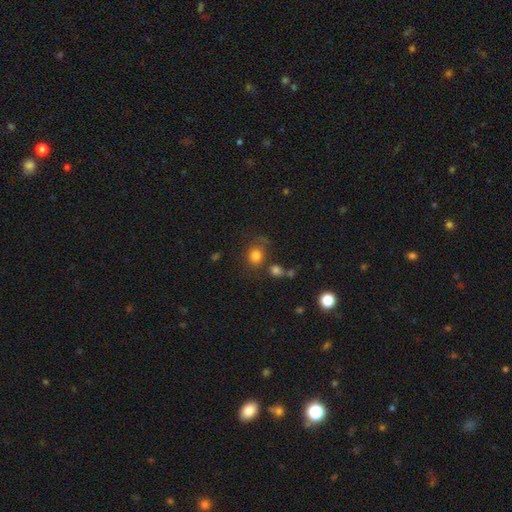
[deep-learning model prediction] smooth_or_featured: smooth (p=0.79) [alt: star or artifact p=0.12]
how_rounded: round (p=0.71) [alt: in between p=0.28]
merging: none (p=0.61) [alt: minor disturbance p=0.17]